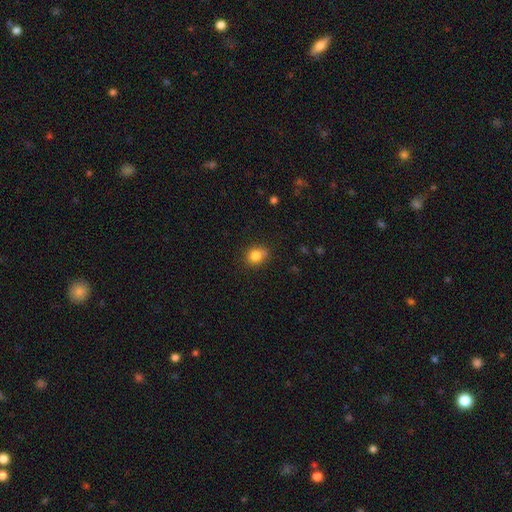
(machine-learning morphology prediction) type=smooth (82%); roundness=round (71%); merging=none (71%).